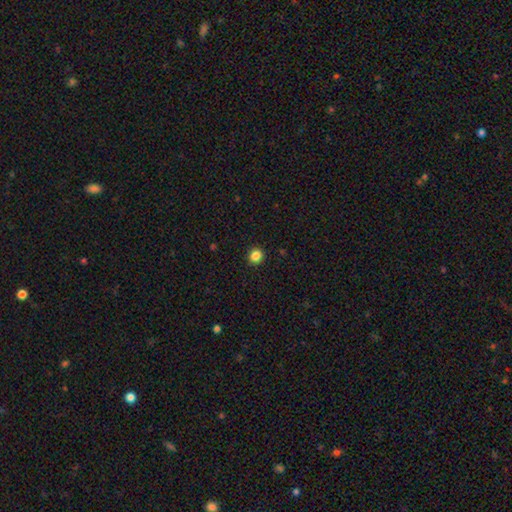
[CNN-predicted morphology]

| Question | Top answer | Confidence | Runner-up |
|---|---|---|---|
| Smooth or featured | smooth | 85% | star or artifact (11%) |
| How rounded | round | 85% | in between (14%) |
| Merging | none | 93% | minor disturbance (5%) |